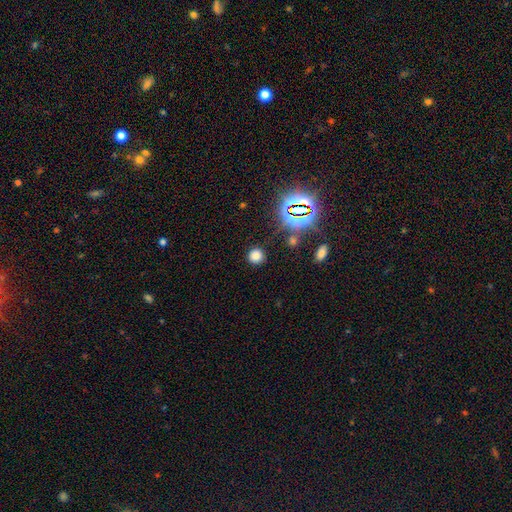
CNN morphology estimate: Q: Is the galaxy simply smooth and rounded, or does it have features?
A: smooth — 72%.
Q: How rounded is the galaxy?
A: round — 91%.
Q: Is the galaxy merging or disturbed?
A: none — 86%.